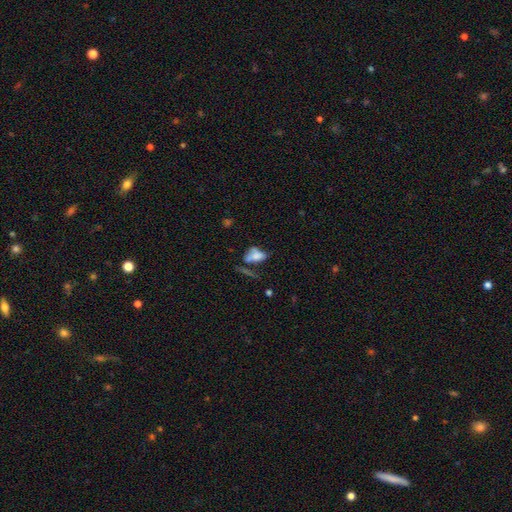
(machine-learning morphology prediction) This appears to be a smooth galaxy with no disk features (63%) that is in between round and cigar-shaped (81%). Merging: none (30%).